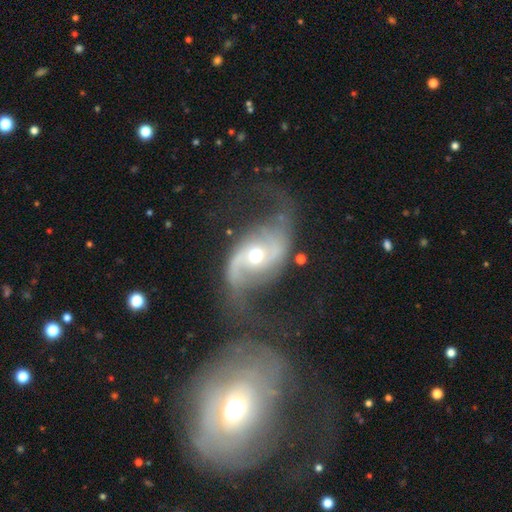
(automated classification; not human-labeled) The model was most divided on "spiral winding": loose: 54%, medium: 35%, tight: 10%. More confident: edge-on disk — no (97%); spiral arms — yes (95%); spiral arm count — 2 (92%); smooth or featured — featured or disk (86%); bulge size — moderate (73%); merging — none (56%); bar — no (55%).